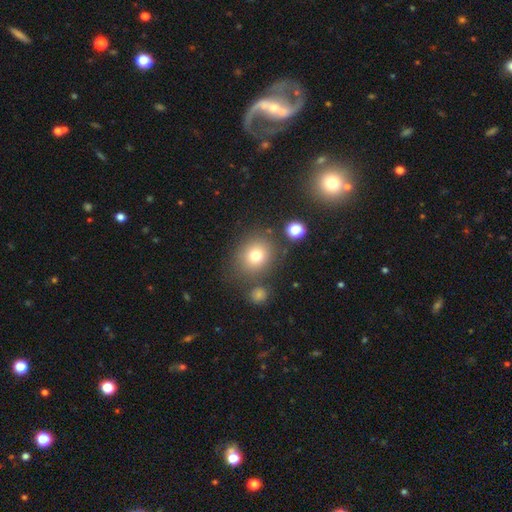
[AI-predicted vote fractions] This appears to be a smooth galaxy with no disk features (75%) that is round (79%). Merging: none (77%).